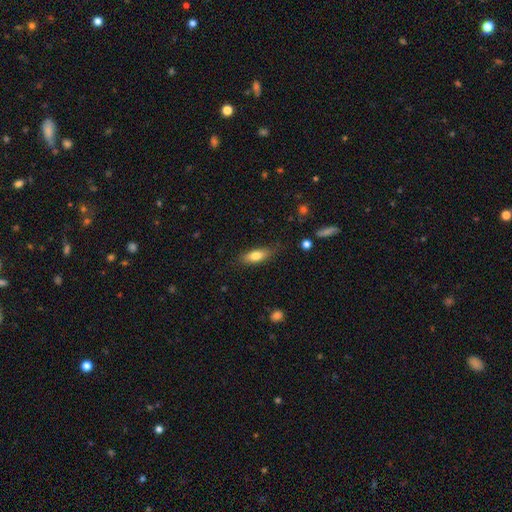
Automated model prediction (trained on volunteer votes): A smooth galaxy with no disk features (76%) that is in between round and cigar-shaped (66%). Merging: none (76%).